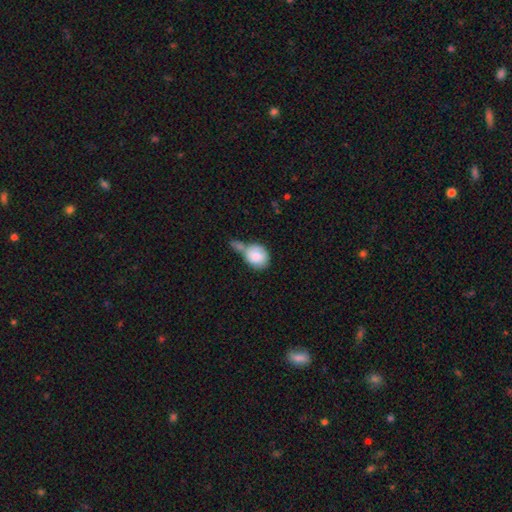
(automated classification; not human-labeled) This appears to be a smooth galaxy with no disk features (82%) that is round (67%). Merging: merger (48%).